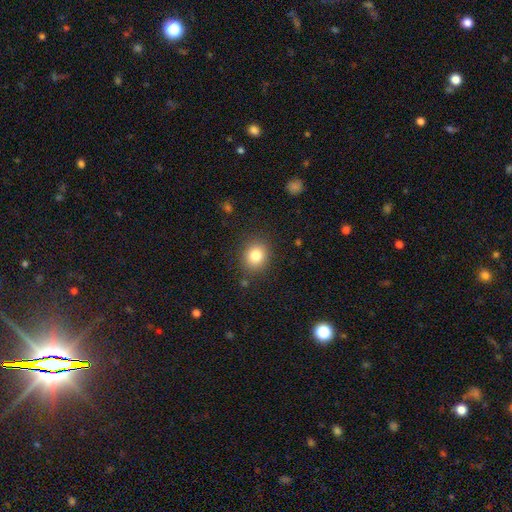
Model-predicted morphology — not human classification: A smooth galaxy with no disk features (82%) that is round (73%).

Vote fractions:
- Smooth or featured? smooth: 82% / star or artifact: 11% / featured or disk: 8%
- How rounded? round: 73% / in between: 26% / cigar-shaped: 1%
- Merging? none: 86% / minor disturbance: 9% / major disturbance: 3% / merger: 2%